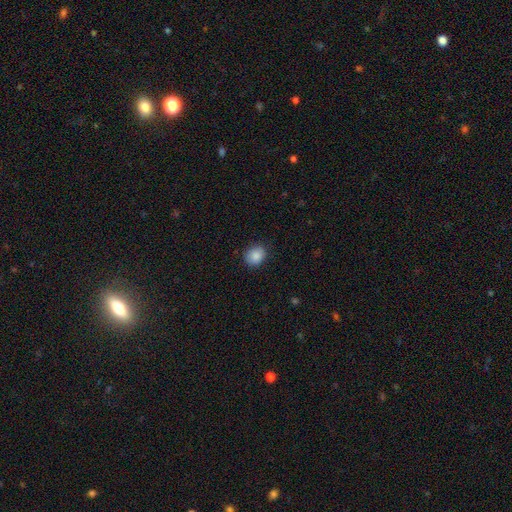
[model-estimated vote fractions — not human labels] Overall: smooth (88%). How rounded: round (63%; in between 36%). Merging: none (82%).